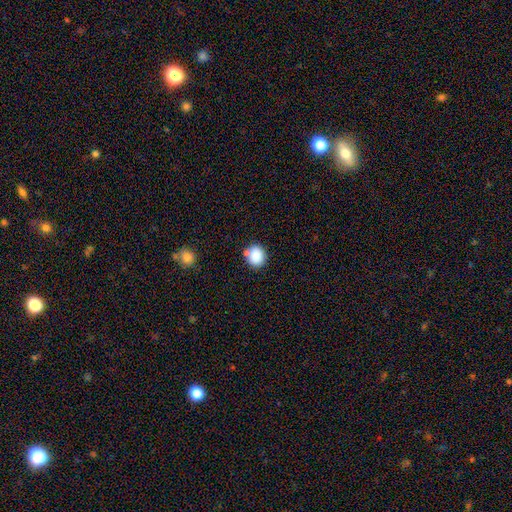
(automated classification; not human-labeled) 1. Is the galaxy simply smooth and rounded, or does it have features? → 87% smooth, 9% star or artifact, 5% featured or disk.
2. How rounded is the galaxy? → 71% round, 28% in between, 1% cigar-shaped.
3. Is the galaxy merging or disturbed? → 72% none, 14% minor disturbance, 11% merger, 4% major disturbance.